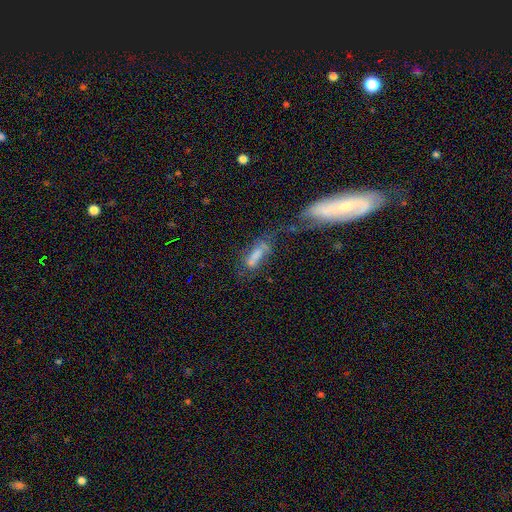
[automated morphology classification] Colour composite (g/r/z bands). It shows a smooth galaxy with no disk features (57%) that is in between round and cigar-shaped (48%, tied with cigar-shaped). Merging: major disturbance (29%).